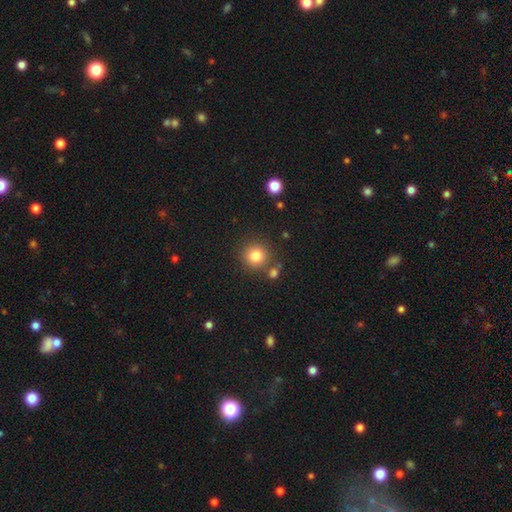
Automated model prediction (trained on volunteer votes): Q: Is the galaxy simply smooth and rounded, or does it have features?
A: smooth — 82%.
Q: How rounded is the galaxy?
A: round — 93%.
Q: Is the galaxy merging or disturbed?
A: none — 80%.